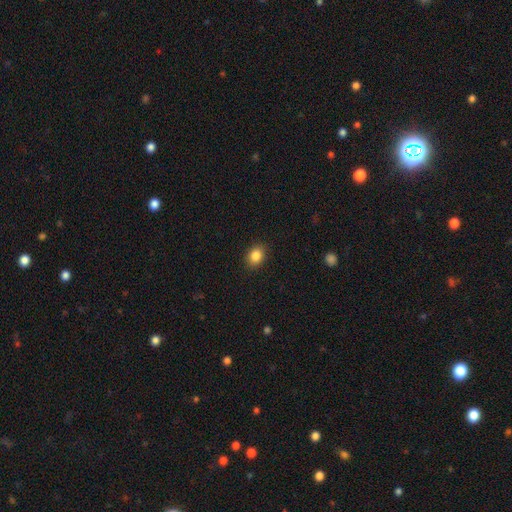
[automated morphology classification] Smooth or featured: smooth — 85% (star or artifact — 10%)
How rounded: in between — 54% (round — 45%)
Merging: none — 89% (minor disturbance — 8%)